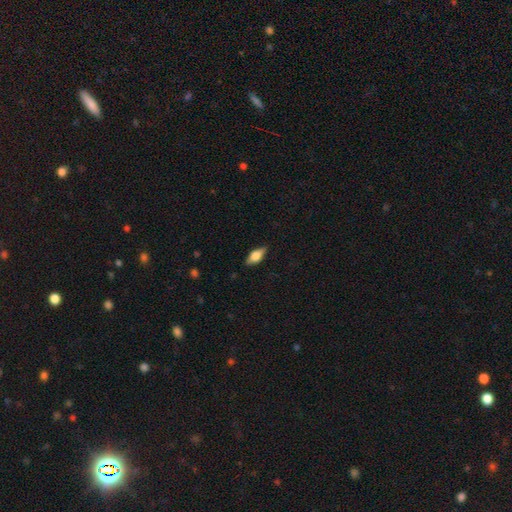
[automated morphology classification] A smooth galaxy with no disk features (57%) that is in between round and cigar-shaped (79%). Merging: none (83%).